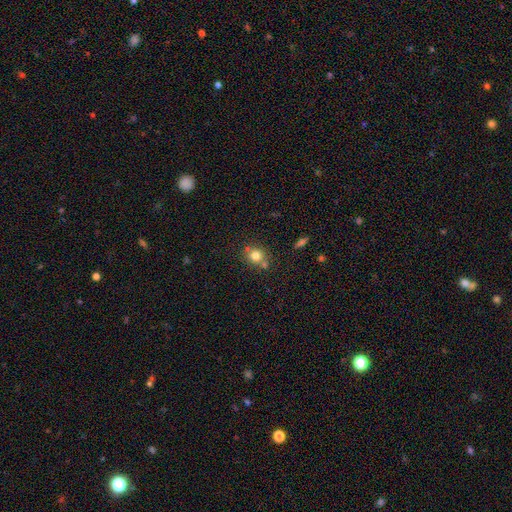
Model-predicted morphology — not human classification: Q: Smooth or featured?
A: smooth (77%); runner-up: star or artifact (13%)
Q: How rounded?
A: round (83%); runner-up: in between (16%)
Q: Merging?
A: none (67%); runner-up: merger (19%)